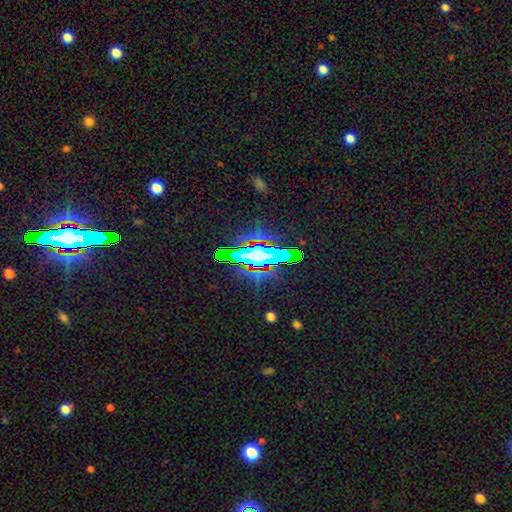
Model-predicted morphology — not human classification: Smooth or featured? star or artifact (58%)